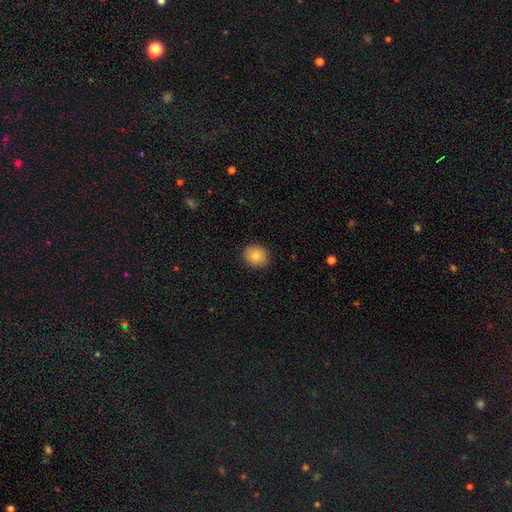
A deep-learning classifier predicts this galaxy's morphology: Q: Smooth or featured?
A: smooth (82%); runner-up: featured or disk (10%)
Q: How rounded?
A: round (66%); runner-up: in between (33%)
Q: Merging?
A: none (90%); runner-up: minor disturbance (7%)